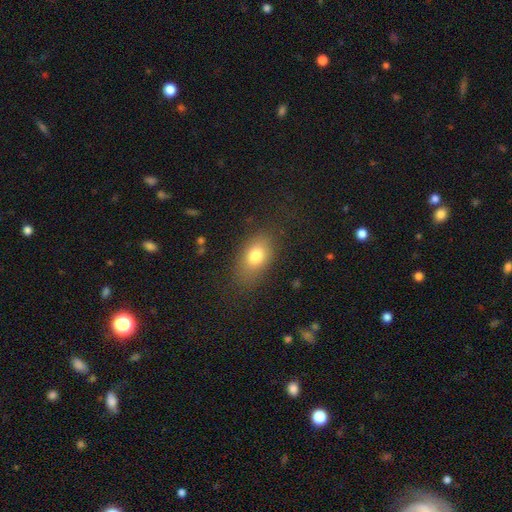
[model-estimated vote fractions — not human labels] Morphology: type=smooth (79%); roundness=in between (85%); merging=none (76%).